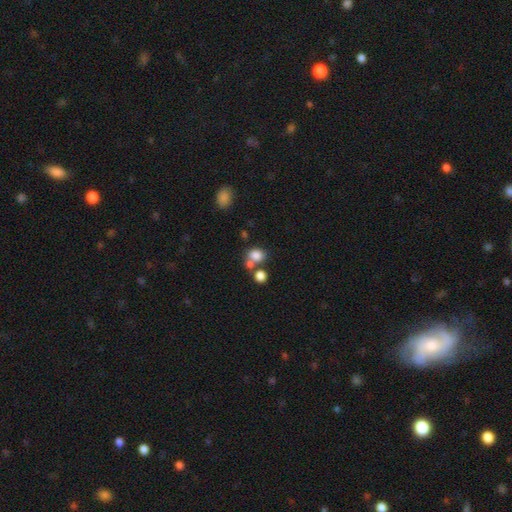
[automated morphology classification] Smooth or featured?
  - smooth: 79% *
  - star or artifact: 12%
  - featured or disk: 9%
How rounded?
  - round: 65% *
  - in between: 34%
  - cigar-shaped: 1%
Merging?
  - none: 50% *
  - merger: 36%
  - minor disturbance: 10%
  - major disturbance: 5%